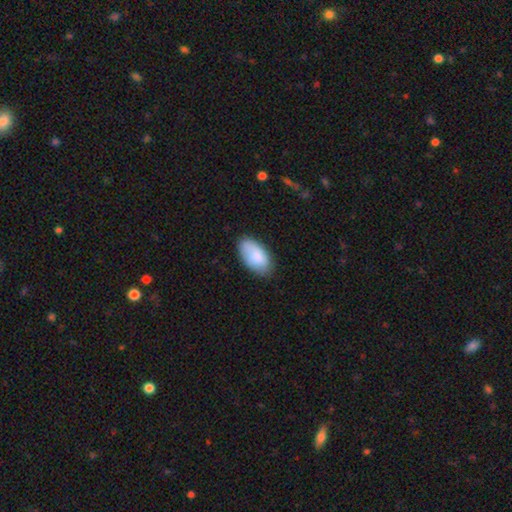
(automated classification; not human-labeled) This is clearly a smooth galaxy (86%). How rounded: clearly in between (95%). Merging: likely none (78%).